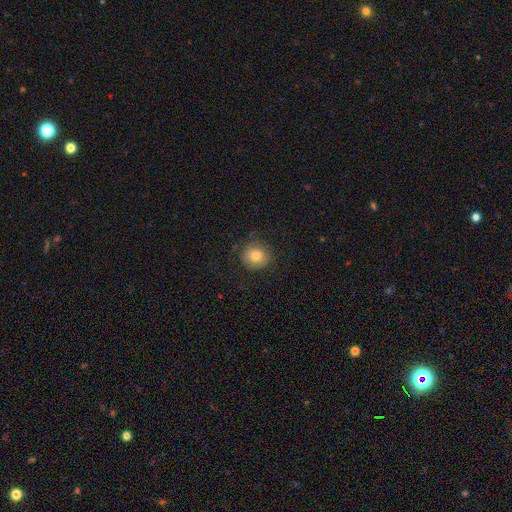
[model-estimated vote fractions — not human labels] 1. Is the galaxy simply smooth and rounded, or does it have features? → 80% smooth, 11% featured or disk, 9% star or artifact.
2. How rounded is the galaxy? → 90% round, 9% in between, 1% cigar-shaped.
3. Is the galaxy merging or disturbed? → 80% none, 14% minor disturbance, 6% major disturbance, 1% merger.